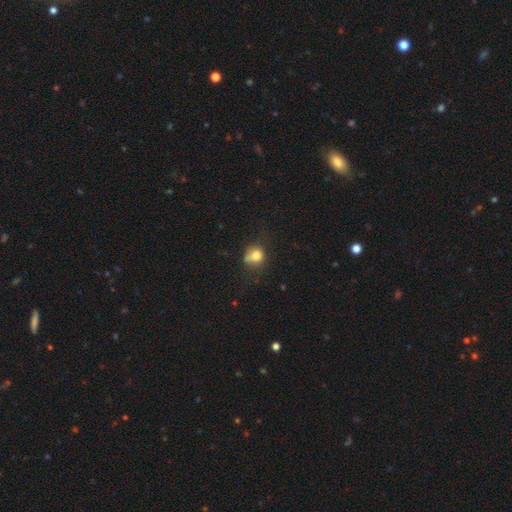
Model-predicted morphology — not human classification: smooth-or-featured: smooth: 75% | featured or disk: 13% | star or artifact: 12%
  how-rounded: round: 67% | in between: 31% | cigar-shaped: 1%
  merging: none: 47% | minor disturbance: 28% | major disturbance: 15% | merger: 11%